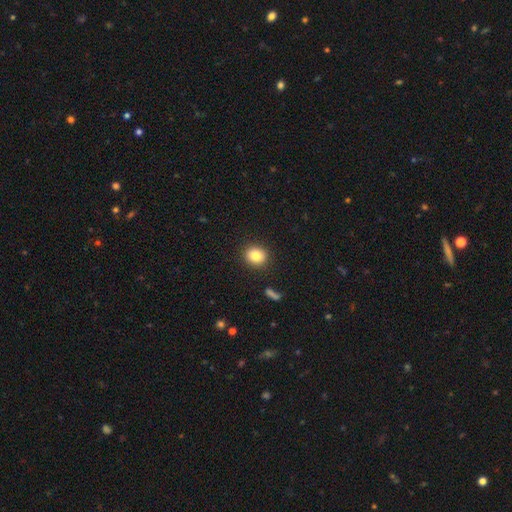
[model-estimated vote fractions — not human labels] Smooth or featured: smooth — 84% (star or artifact — 9%)
How rounded: round — 72% (in between — 27%)
Merging: none — 89% (minor disturbance — 7%)